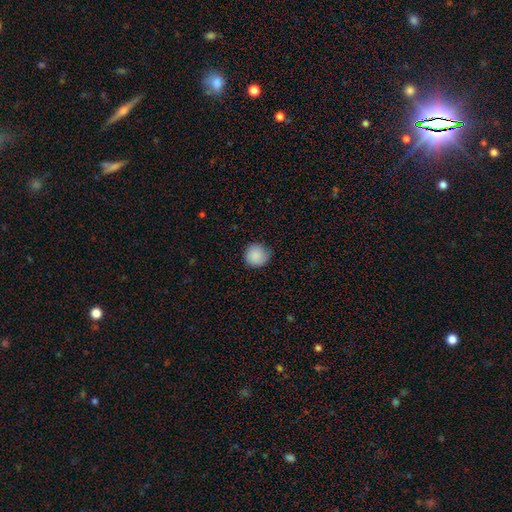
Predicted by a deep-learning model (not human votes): Smooth or featured: smooth — 89% (star or artifact — 7%)
How rounded: round — 93% (in between — 6%)
Merging: none — 83% (minor disturbance — 13%)